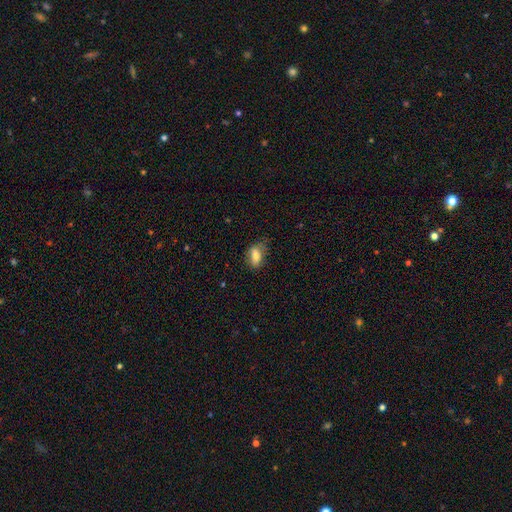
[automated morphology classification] smooth 75%, featured or disk 17%, star or artifact 8%. Down the decision tree: how rounded — in between (87%); merging — none (61%).